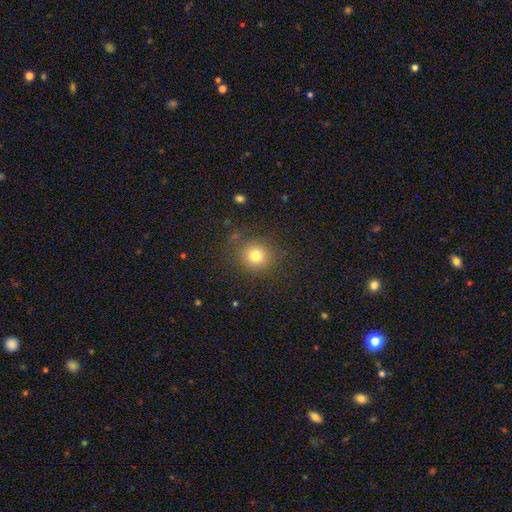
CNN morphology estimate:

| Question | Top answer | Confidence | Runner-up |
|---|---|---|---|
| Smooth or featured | smooth | 78% | star or artifact (14%) |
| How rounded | round | 87% | in between (12%) |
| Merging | none | 83% | minor disturbance (10%) |